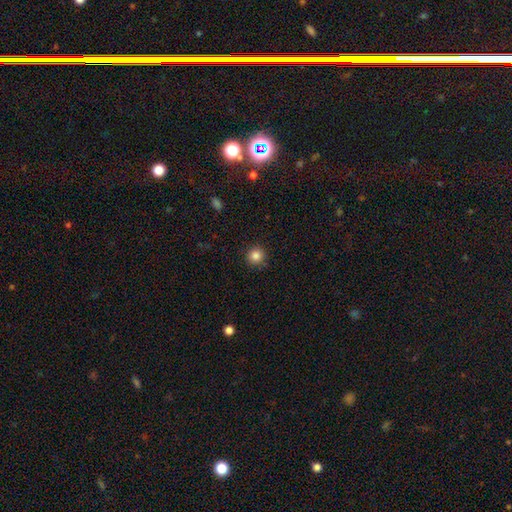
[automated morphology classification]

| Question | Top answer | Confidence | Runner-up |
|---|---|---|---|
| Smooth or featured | smooth | 85% | star or artifact (11%) |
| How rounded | round | 94% | in between (5%) |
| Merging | none | 90% | minor disturbance (7%) |